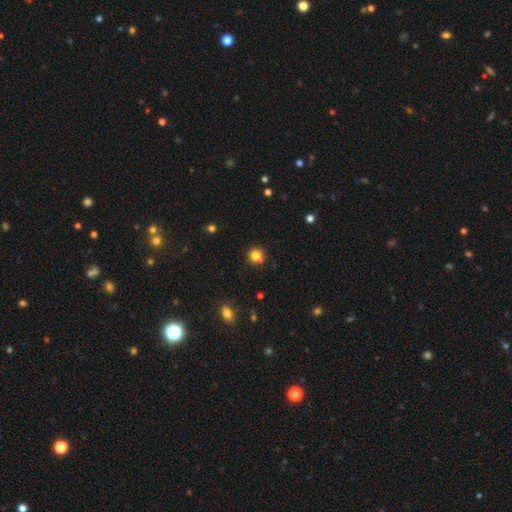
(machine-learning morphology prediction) smooth-or-featured: smooth: 83% | star or artifact: 12% | featured or disk: 5%
  how-rounded: round: 93% | in between: 6% | cigar-shaped: 1%
  merging: none: 87% | minor disturbance: 8% | merger: 3% | major disturbance: 2%